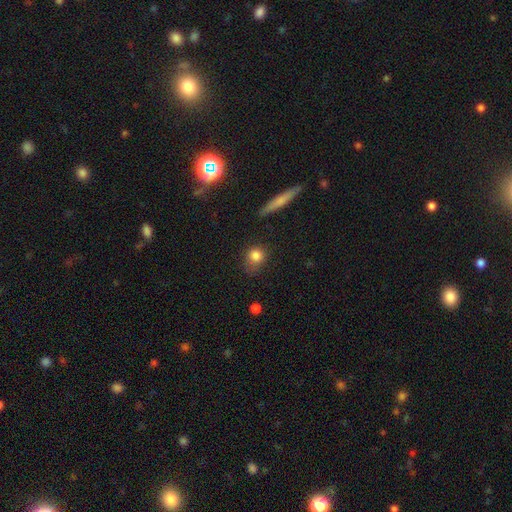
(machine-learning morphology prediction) The model was most divided on "merging": none: 63%, minor disturbance: 25%, major disturbance: 9%, merger: 3%. More confident: smooth or featured — smooth (82%); how rounded — round (74%).